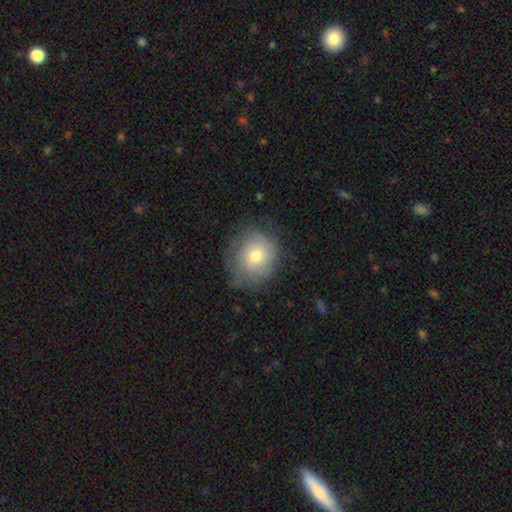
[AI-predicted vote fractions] smooth-or-featured: smooth: 66% | featured or disk: 25% | star or artifact: 9%
  how-rounded: round: 77% | in between: 22% | cigar-shaped: 1%
  merging: none: 66% | minor disturbance: 24% | major disturbance: 9% | merger: 1%